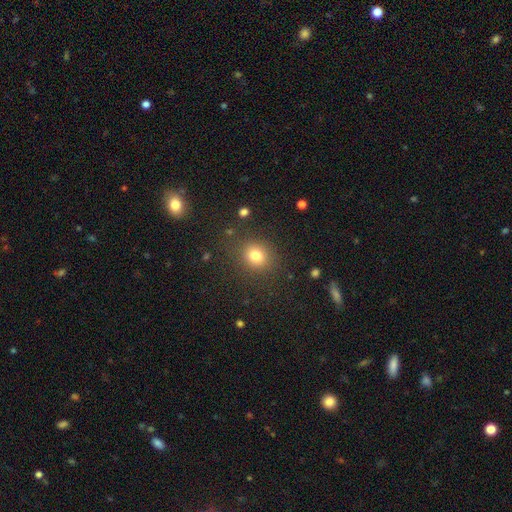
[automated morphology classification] A smooth galaxy with no disk features (78%) that is round (76%). Merging: none (83%).